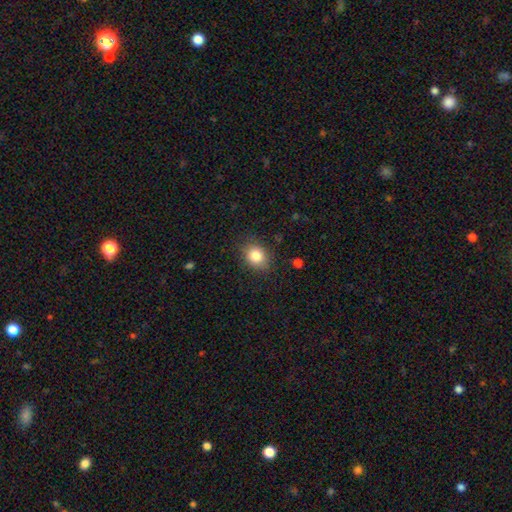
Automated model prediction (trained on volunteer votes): Smooth or featured?
  - smooth: 83% *
  - star or artifact: 10%
  - featured or disk: 7%
How rounded?
  - round: 50% *
  - in between: 49%
  - cigar-shaped: 1%
Merging?
  - none: 83% *
  - minor disturbance: 13%
  - major disturbance: 3%
  - merger: 1%